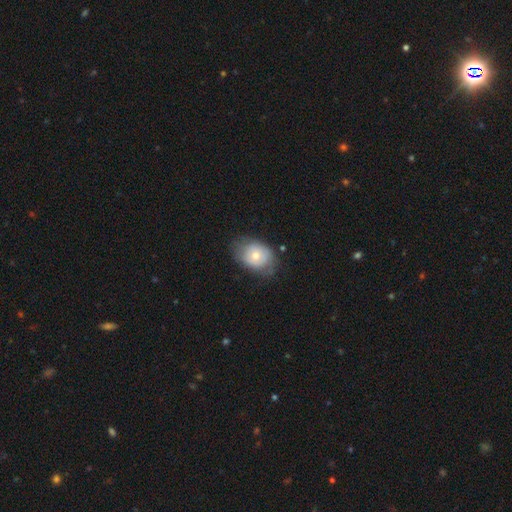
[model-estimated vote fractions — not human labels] A smooth galaxy with no disk features (62%) that is in between round and cigar-shaped (65%). Merging: none (59%).